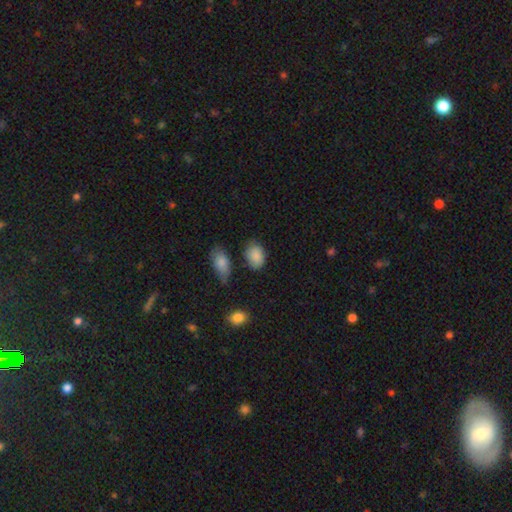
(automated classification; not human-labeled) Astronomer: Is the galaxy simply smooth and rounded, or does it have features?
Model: smooth — 86%.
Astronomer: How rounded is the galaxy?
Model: in between — 78%.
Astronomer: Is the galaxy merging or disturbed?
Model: none — 65%.